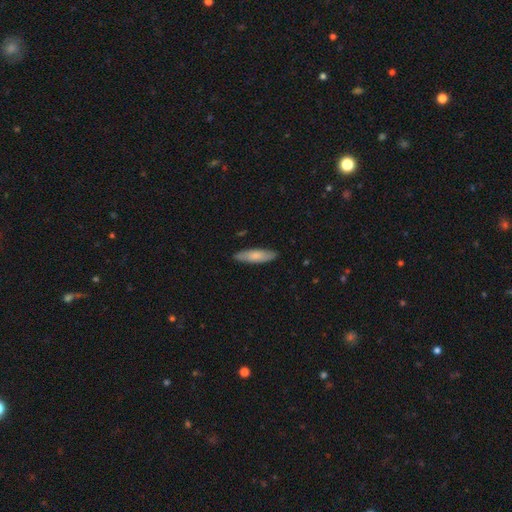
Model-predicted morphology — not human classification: Smooth or featured? Predicted: smooth (p=0.78). How rounded? Predicted: cigar-shaped (p=0.62). Merging? Predicted: none (p=0.87).